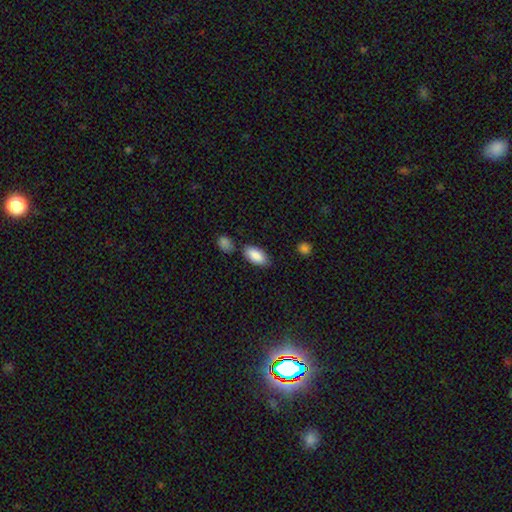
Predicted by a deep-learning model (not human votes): A smooth galaxy with no disk features (87%) that is in between round and cigar-shaped (90%). Merging: none (75%).